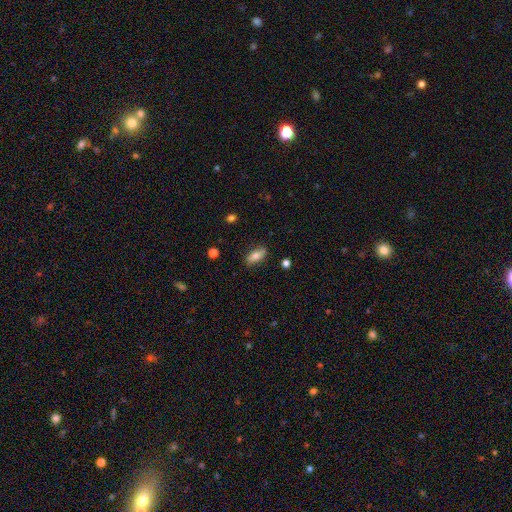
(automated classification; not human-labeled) Smooth or featured? Predicted: smooth (p=0.75). How rounded? Predicted: in between (p=0.76). Merging? Predicted: none (p=0.85).